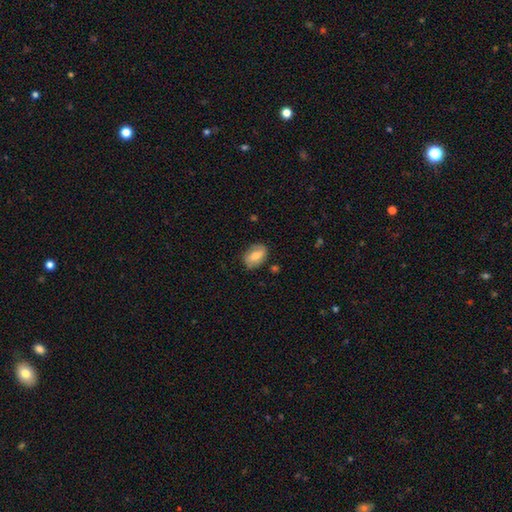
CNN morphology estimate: Q: Smooth or featured?
A: smooth (61%); runner-up: featured or disk (32%)
Q: How rounded?
A: in between (85%); runner-up: round (13%)
Q: Merging?
A: none (77%); runner-up: minor disturbance (17%)